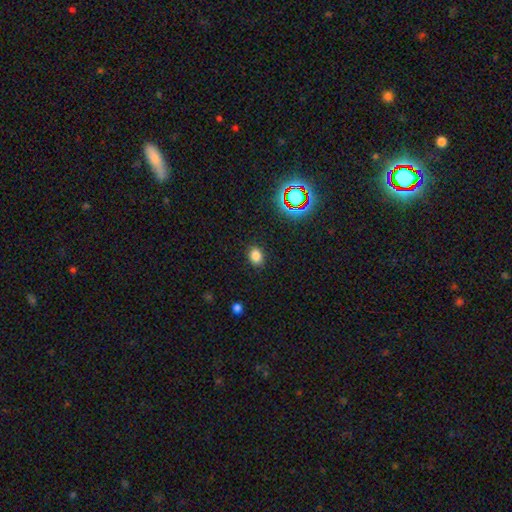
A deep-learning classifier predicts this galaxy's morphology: A smooth galaxy with no disk features (80%) that is in between round and cigar-shaped (61%). Merging: none (87%).